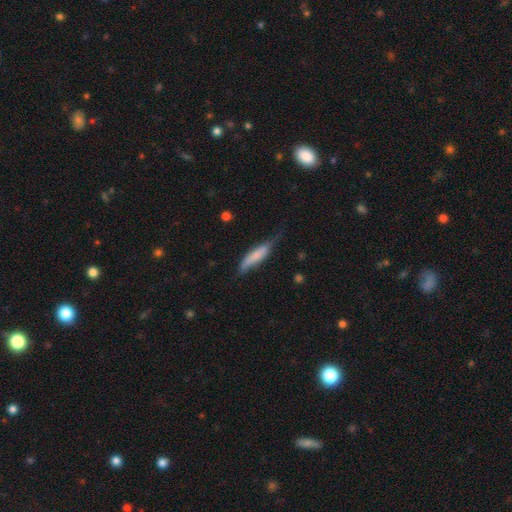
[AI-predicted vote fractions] This is likely a smooth galaxy (69%). How rounded: likely cigar-shaped (78%). Merging: marginally none (43%).